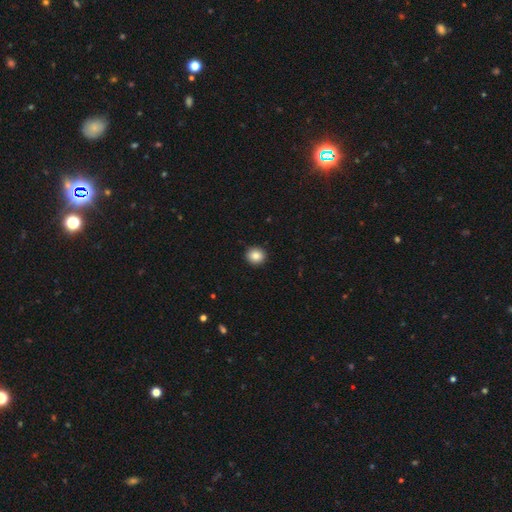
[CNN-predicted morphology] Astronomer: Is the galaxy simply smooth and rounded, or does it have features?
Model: smooth — 84%.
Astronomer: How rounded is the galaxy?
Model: round — 88%.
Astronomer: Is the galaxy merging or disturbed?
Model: none — 92%.